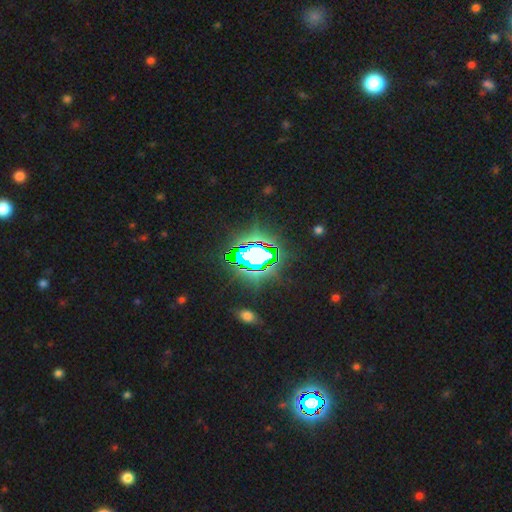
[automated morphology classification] A star or artifact, not a galaxy (75%).

Vote fractions:
- Smooth or featured? star or artifact: 75% / smooth: 13% / featured or disk: 12%